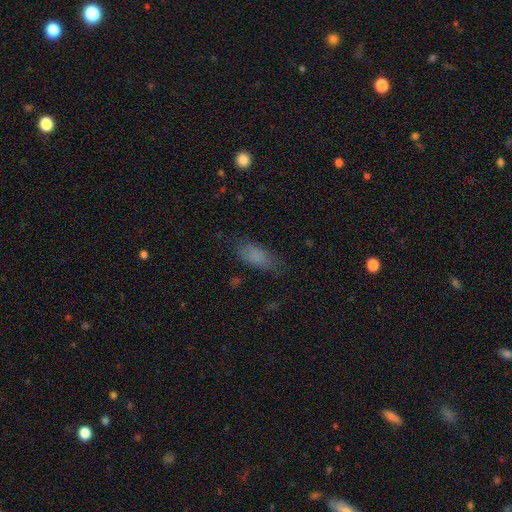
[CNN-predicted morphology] This appears to be a smooth galaxy with no disk features (81%) that is in between round and cigar-shaped (79%). Merging: none (73%).